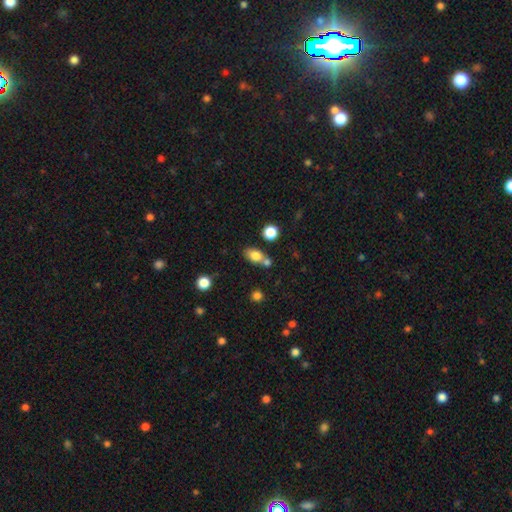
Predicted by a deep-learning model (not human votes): Morphology: type=smooth (80%); roundness=in between (75%); merging=none (54%).